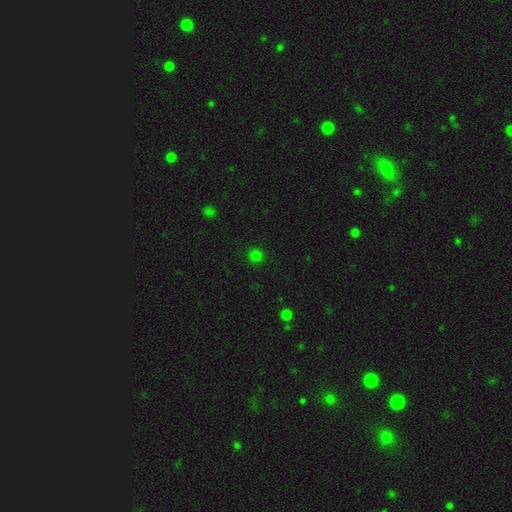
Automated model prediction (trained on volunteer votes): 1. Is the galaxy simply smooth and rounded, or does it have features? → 76% smooth, 20% star or artifact, 4% featured or disk.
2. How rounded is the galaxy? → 93% round, 6% in between, 1% cigar-shaped.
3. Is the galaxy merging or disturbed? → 91% none, 6% minor disturbance, 2% major disturbance, 1% merger.